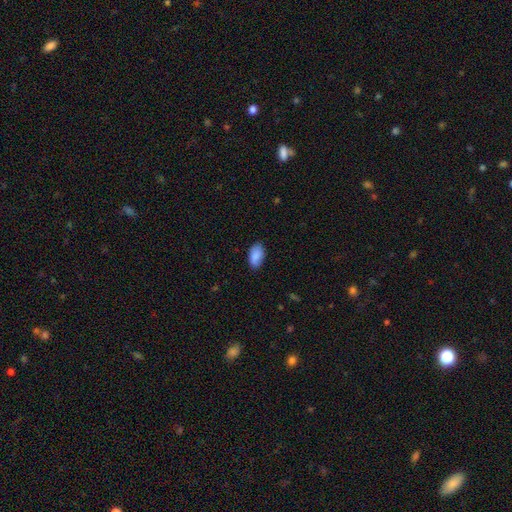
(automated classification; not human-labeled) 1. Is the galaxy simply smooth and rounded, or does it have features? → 88% smooth, 7% star or artifact, 6% featured or disk.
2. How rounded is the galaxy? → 94% in between, 4% round, 2% cigar-shaped.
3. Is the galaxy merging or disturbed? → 80% none, 16% minor disturbance, 3% major disturbance, 1% merger.